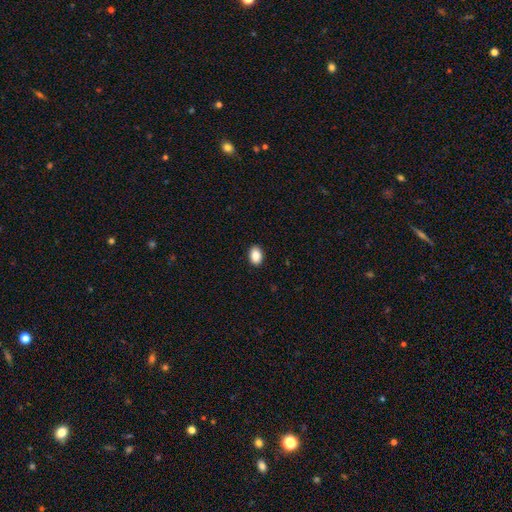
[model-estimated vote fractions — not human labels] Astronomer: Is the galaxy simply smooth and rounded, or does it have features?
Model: smooth — 89%.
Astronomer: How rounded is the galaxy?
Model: in between — 83%.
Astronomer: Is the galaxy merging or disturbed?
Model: none — 90%.